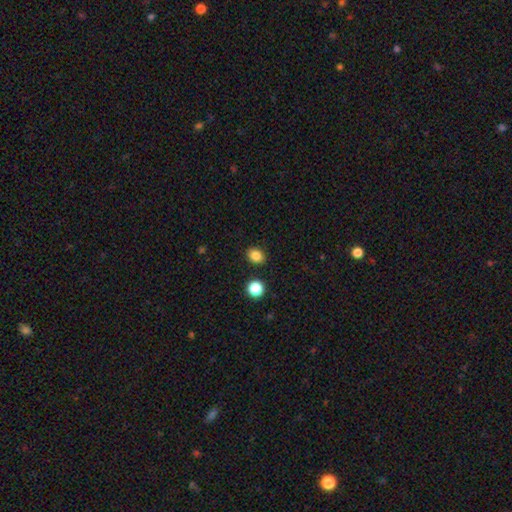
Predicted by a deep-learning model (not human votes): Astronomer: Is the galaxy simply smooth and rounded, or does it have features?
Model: smooth — 85%.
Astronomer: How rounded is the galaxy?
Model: in between — 50% (runner-up: round, 49%).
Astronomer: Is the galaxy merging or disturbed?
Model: none — 88%.